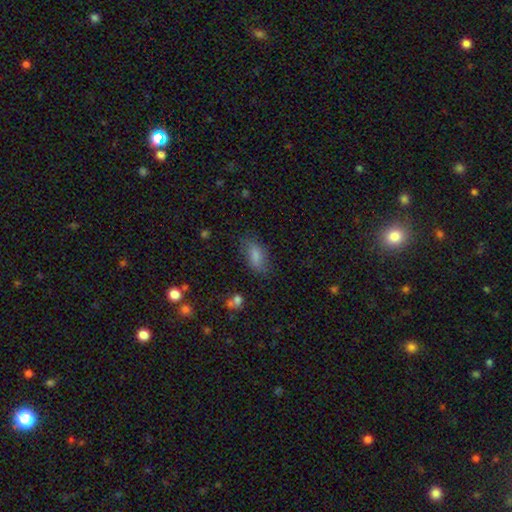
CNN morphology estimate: type=smooth (76%); roundness=in between (85%); merging=none (69%).